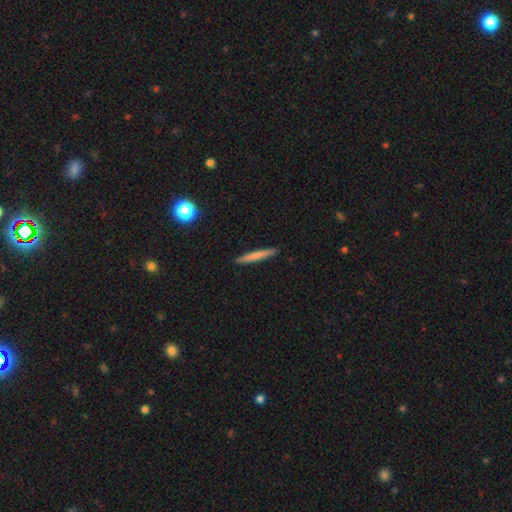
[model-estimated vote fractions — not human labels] Smooth or featured? smooth (70%)
How rounded? cigar-shaped (96%)
Merging? none (91%)